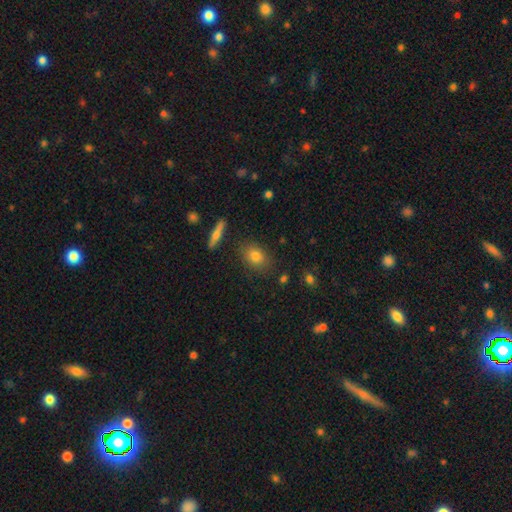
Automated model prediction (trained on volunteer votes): This appears to be a smooth galaxy with no disk features (78%) that is in between round and cigar-shaped (66%). Merging: none (83%).